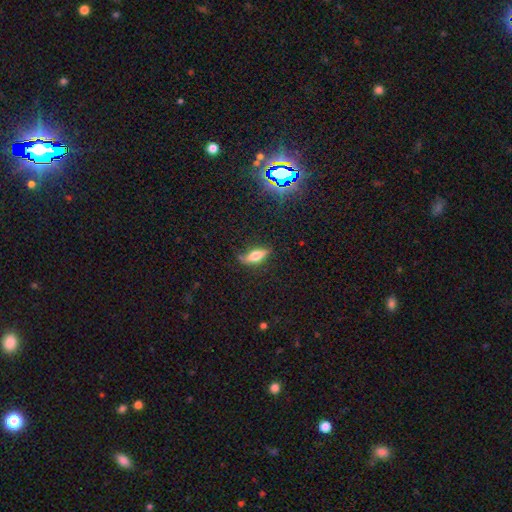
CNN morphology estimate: type=smooth (56%); roundness=in between (57%); merging=none (62%).